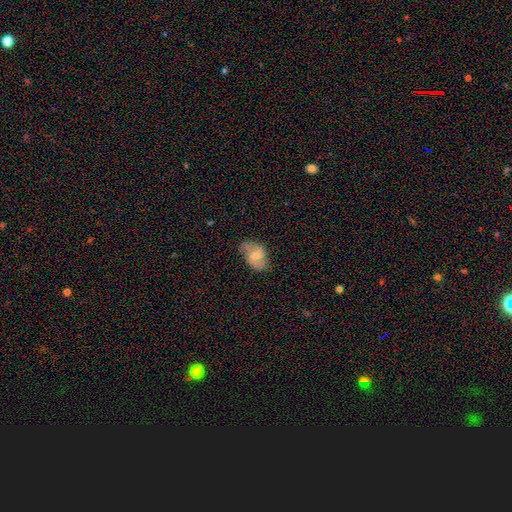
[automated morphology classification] This is likely a featured or disk galaxy (69%). It is clearly not viewed edge-on (97%). Bar: possibly no (48%). Spiral arm pattern: clearly yes (93%). Spiral arm count: clearly 2 (90%). Spiral winding: possibly medium (47%). Central bulge: possibly small (46%). Merging: likely none (75%).